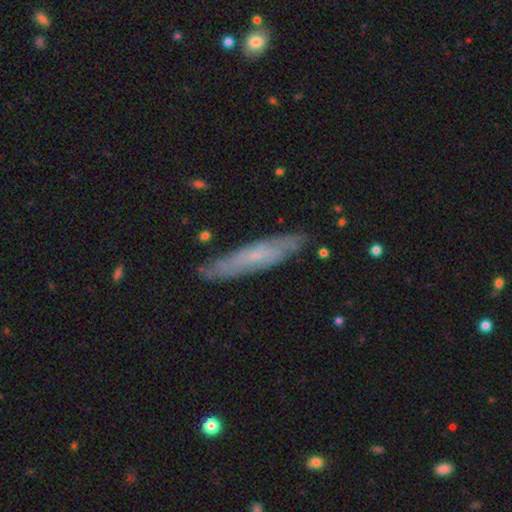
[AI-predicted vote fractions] Smooth or featured?
  - featured or disk: 56% *
  - smooth: 37%
  - star or artifact: 7%
Edge-on disk?
  - yes: 60% *
  - no: 40%
Merging?
  - none: 84% *
  - minor disturbance: 12%
  - major disturbance: 2%
  - merger: 1%